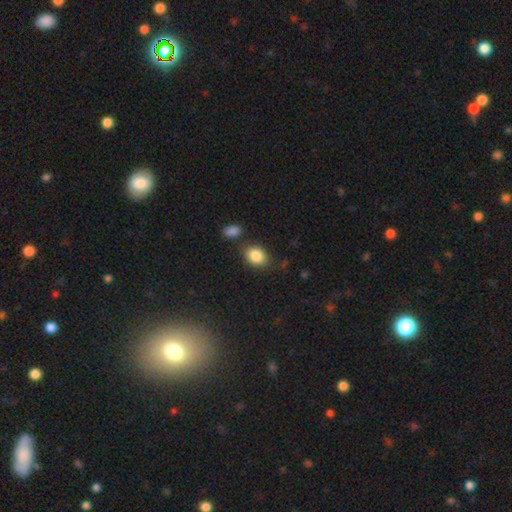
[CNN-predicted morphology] This is clearly a smooth galaxy (86%). How rounded: likely in between (67%). Merging: likely none (76%).